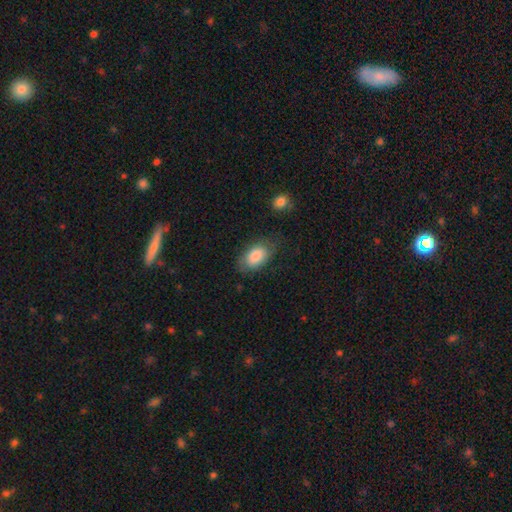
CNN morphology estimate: This is clearly a smooth galaxy (83%). How rounded: clearly in between (91%). Merging: likely none (67%).